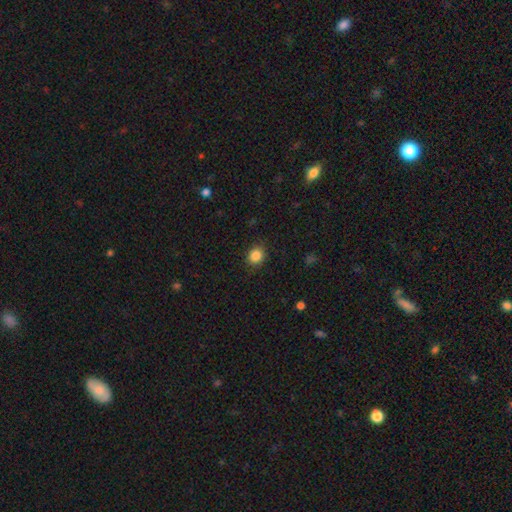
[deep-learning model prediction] smooth-or-featured: smooth: 86% | star or artifact: 10% | featured or disk: 4%
  how-rounded: round: 73% | in between: 26% | cigar-shaped: 1%
  merging: none: 87% | minor disturbance: 9% | major disturbance: 3% | merger: 1%